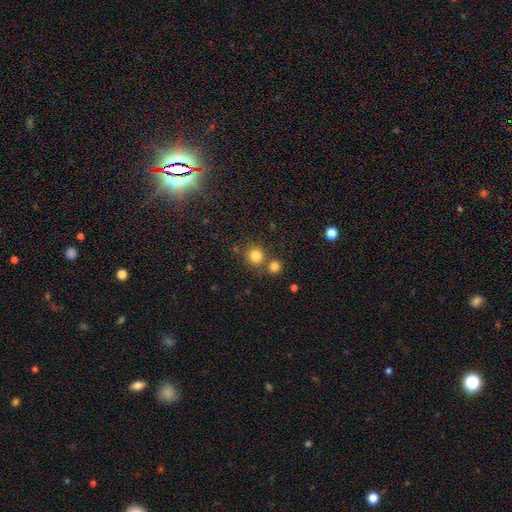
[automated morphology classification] A smooth galaxy with no disk features (81%) that is round (89%). Merging: none (68%).